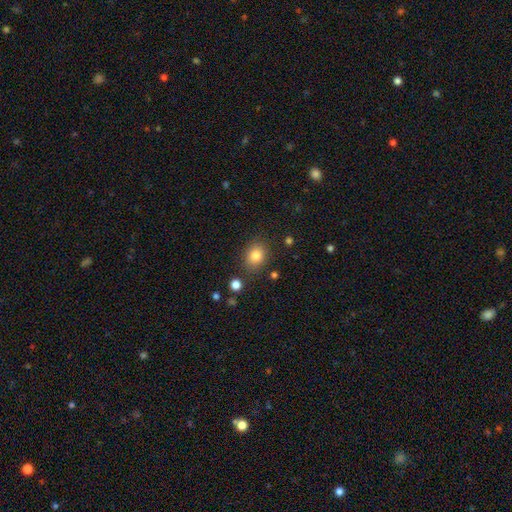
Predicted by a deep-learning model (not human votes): Smooth or featured?
  - smooth: 82% *
  - star or artifact: 11%
  - featured or disk: 7%
How rounded?
  - round: 55% *
  - in between: 44%
  - cigar-shaped: 1%
Merging?
  - none: 83% *
  - minor disturbance: 11%
  - major disturbance: 3%
  - merger: 3%